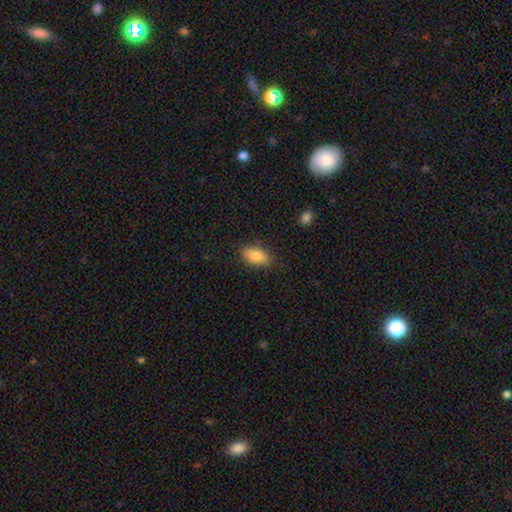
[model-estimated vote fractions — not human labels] smooth-or-featured: smooth: 87% | star or artifact: 7% | featured or disk: 6%
  how-rounded: in between: 92% | round: 4% | cigar-shaped: 4%
  merging: none: 85% | minor disturbance: 11% | major disturbance: 3% | merger: 1%